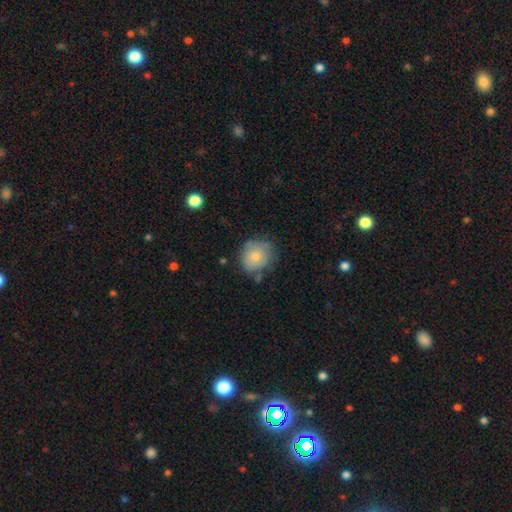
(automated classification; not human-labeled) Smooth or featured? smooth (70%)
How rounded? round (83%)
Merging? none (69%)